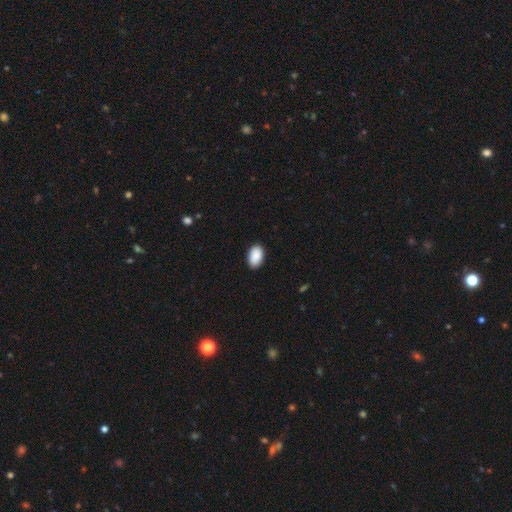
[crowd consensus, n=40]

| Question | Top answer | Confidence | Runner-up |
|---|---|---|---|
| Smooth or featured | smooth | 98% | star or artifact (2%) |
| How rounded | in between | 97% | round (3%) |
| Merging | none | 92% | minor disturbance (8%) |